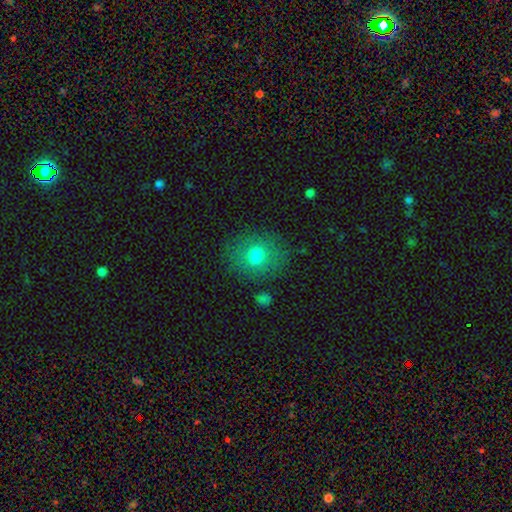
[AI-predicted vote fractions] smooth 76%, featured or disk 13%, star or artifact 12%. Down the decision tree: how rounded — round (70%); merging — none (82%).